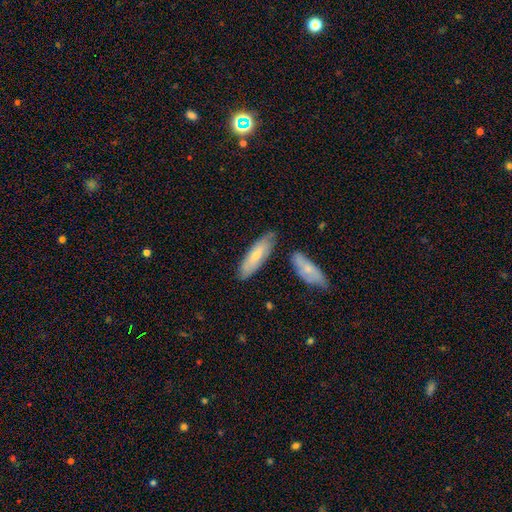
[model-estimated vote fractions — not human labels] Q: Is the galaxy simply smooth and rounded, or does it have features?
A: smooth — 65%.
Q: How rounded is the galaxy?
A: cigar-shaped — 53%.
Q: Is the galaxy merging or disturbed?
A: none — 73%.